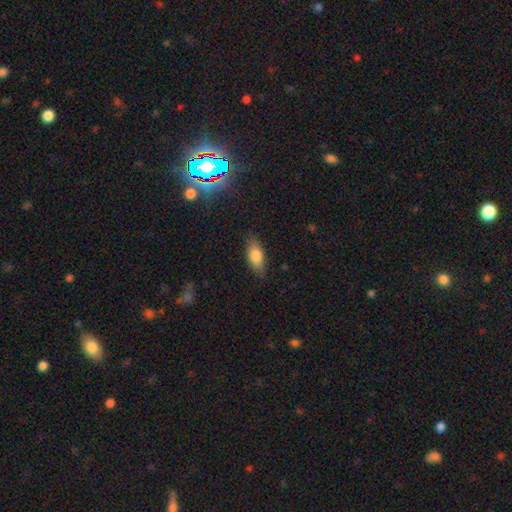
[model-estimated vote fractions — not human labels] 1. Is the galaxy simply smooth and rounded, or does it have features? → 80% smooth, 13% featured or disk, 8% star or artifact.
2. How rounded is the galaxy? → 81% in between, 15% cigar-shaped, 3% round.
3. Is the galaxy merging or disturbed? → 82% none, 13% minor disturbance, 3% major disturbance, 1% merger.